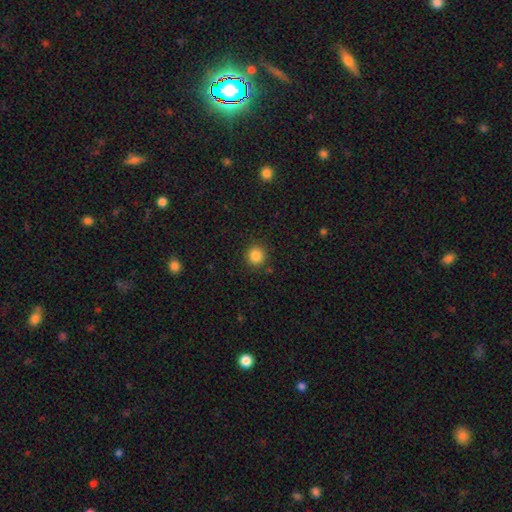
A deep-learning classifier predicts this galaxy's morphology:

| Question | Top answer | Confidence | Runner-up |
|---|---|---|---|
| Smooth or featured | smooth | 85% | star or artifact (11%) |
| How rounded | round | 93% | in between (7%) |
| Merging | none | 89% | minor disturbance (7%) |